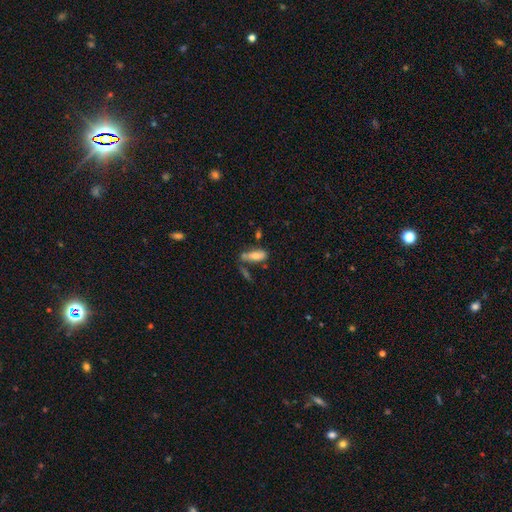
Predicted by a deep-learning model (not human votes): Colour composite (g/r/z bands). It shows a smooth galaxy with no disk features (72%) that is in between round and cigar-shaped (73%). Merging: none (46%).